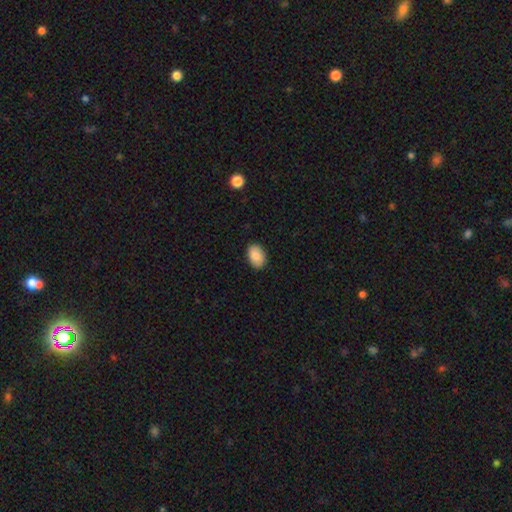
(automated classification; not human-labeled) Overall: smooth (87%). How rounded: in between (86%). Merging: none (88%).